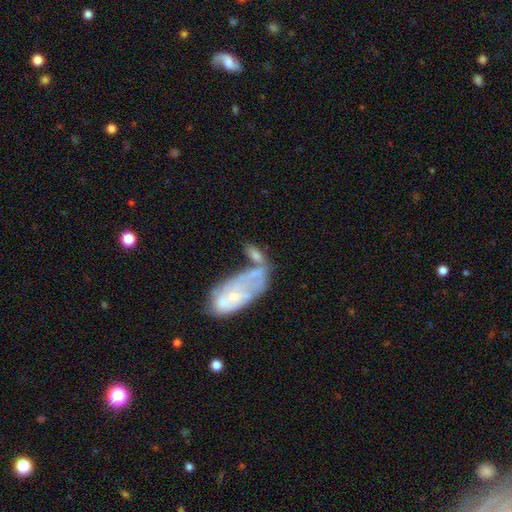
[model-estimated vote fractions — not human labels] A smooth galaxy with no disk features (55%) that is in between round and cigar-shaped (81%).

Vote fractions:
- Smooth or featured? smooth: 55% / featured or disk: 37% / star or artifact: 8%
- How rounded? in between: 81% / cigar-shaped: 15% / round: 4%
- Merging? merger: 47% / none: 27% / minor disturbance: 15% / major disturbance: 11%